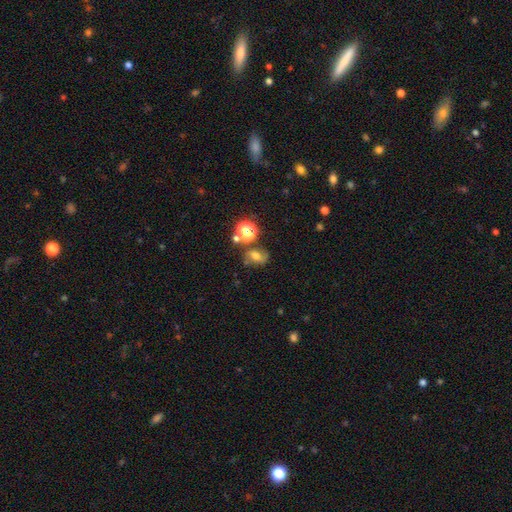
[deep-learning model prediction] Morphology: type=smooth (43%); merging=none (61%).